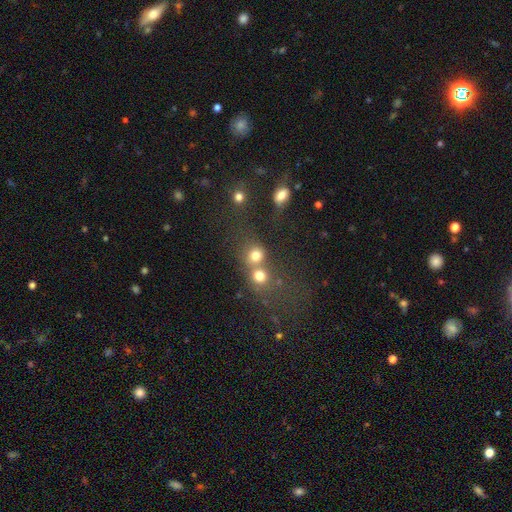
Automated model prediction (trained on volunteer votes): A smooth galaxy with no disk features (75%) that is round (81%). Merging: merger (46%).